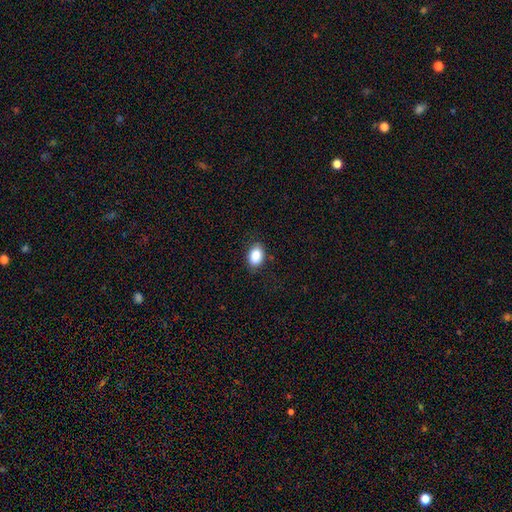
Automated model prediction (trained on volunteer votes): smooth-or-featured: smooth: 88% | star or artifact: 8% | featured or disk: 4%
  how-rounded: in between: 85% | round: 14% | cigar-shaped: 1%
  merging: none: 85% | minor disturbance: 11% | major disturbance: 3% | merger: 1%